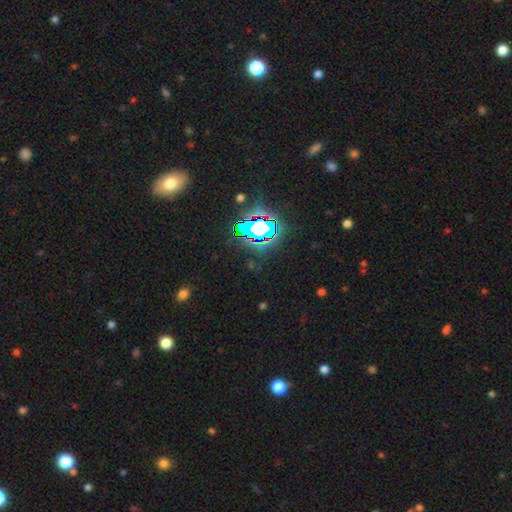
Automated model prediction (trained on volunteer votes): Morphology: type=star or artifact (76%).